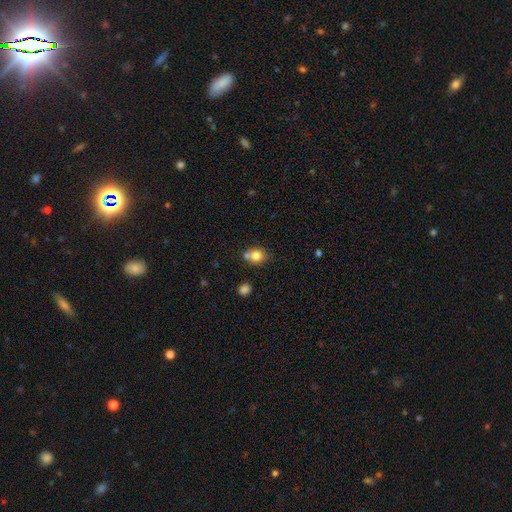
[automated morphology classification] smooth 79%, star or artifact 11%, featured or disk 10%. Down the decision tree: how rounded — round (73%); merging — none (57%).